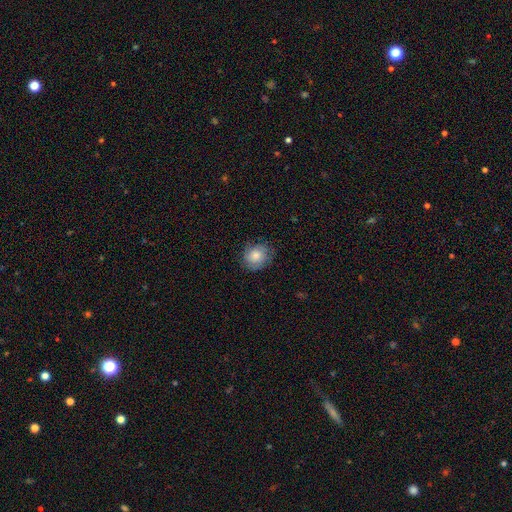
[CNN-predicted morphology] Smooth or featured? smooth (71%)
How rounded? round (72%)
Merging? none (79%)